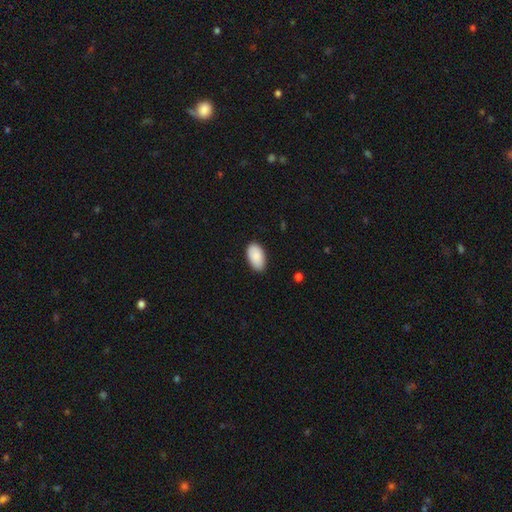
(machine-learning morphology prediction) The model was most divided on "merging": none: 84%, minor disturbance: 13%, major disturbance: 2%, merger: 1%. More confident: how rounded — in between (95%); smooth or featured — smooth (90%).